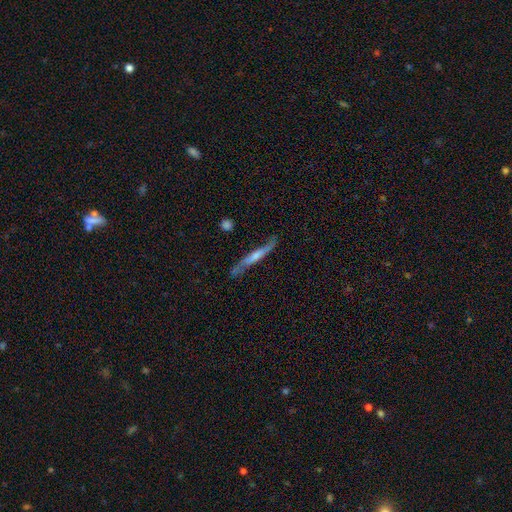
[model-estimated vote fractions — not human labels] The model was most divided on "smooth or featured": featured or disk: 53%, smooth: 42%, star or artifact: 6%. More confident: edge-on disk — yes (73%); merging — none (69%).